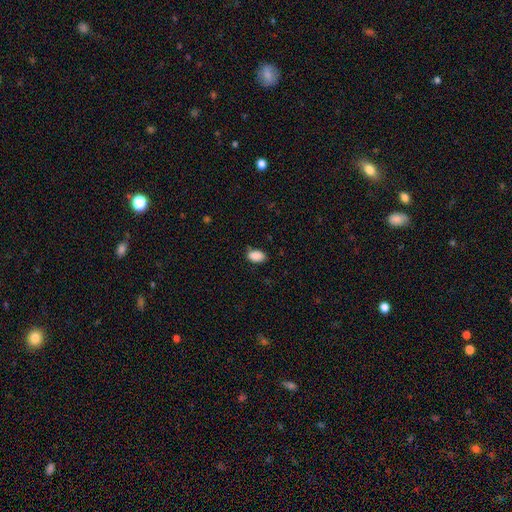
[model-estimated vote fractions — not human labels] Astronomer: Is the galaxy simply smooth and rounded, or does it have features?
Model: smooth — 89%.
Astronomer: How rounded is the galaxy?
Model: in between — 89%.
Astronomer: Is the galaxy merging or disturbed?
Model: none — 77%.